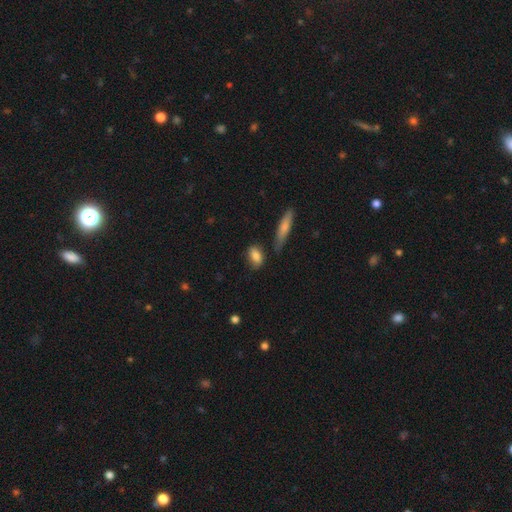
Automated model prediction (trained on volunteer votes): smooth-or-featured: smooth: 83% | featured or disk: 10% | star or artifact: 7%
  how-rounded: in between: 80% | cigar-shaped: 10% | round: 10%
  merging: none: 73% | minor disturbance: 18% | merger: 5% | major disturbance: 4%